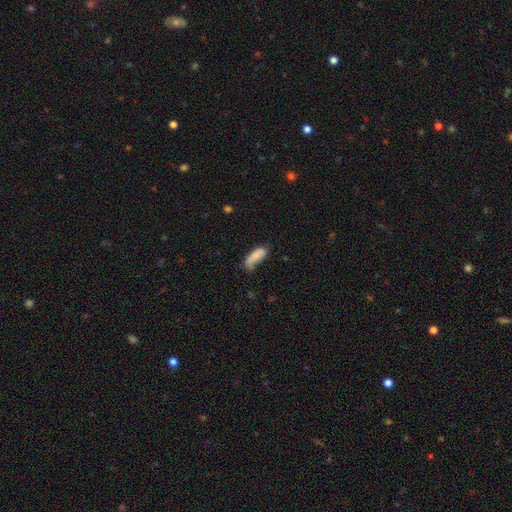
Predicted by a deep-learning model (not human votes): This is likely a smooth galaxy (75%). How rounded: likely in between (75%). Merging: marginally none (42%).